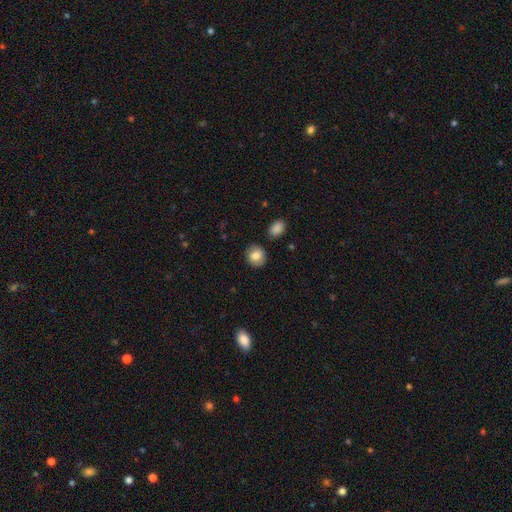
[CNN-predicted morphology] Smooth or featured? Predicted: smooth (p=0.82). How rounded? Predicted: round (p=0.79). Merging? Predicted: none (p=0.85).